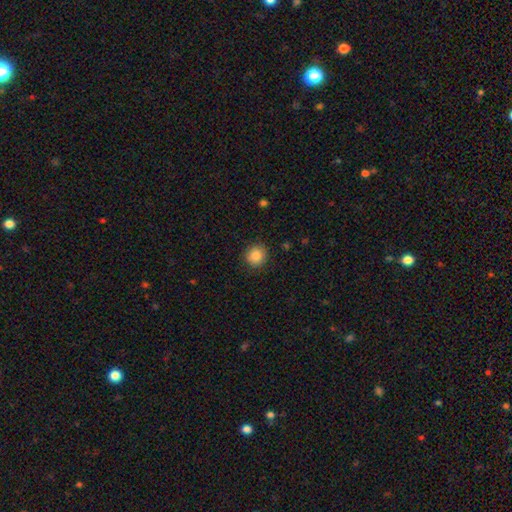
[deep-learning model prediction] smooth 87%, star or artifact 9%, featured or disk 4%. Down the decision tree: how rounded — round (91%); merging — none (89%).